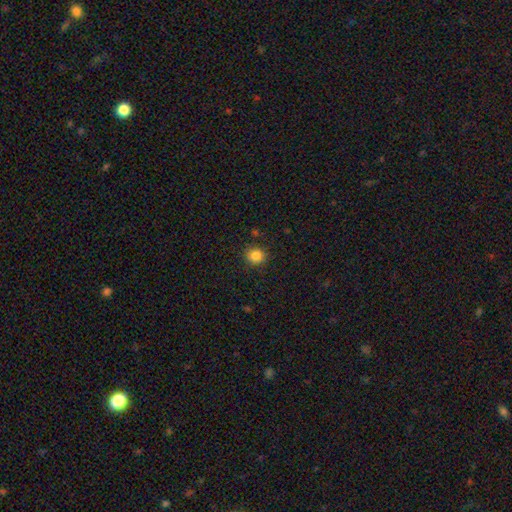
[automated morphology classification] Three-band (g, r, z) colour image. It shows a smooth galaxy with no disk features (85%) that is round (88%). Merging: none (89%).